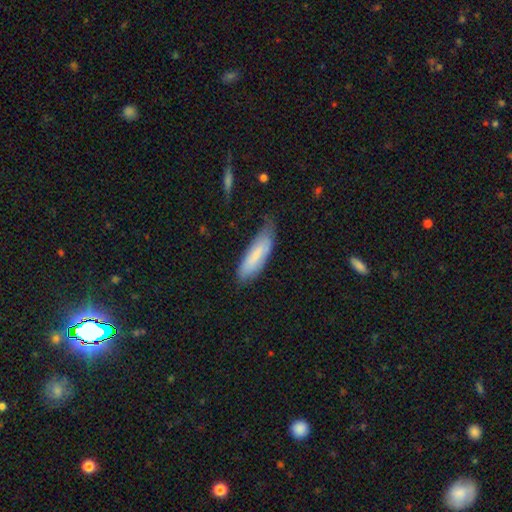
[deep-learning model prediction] Smooth or featured? Predicted: smooth (p=0.73). How rounded? Predicted: cigar-shaped (p=0.50). Merging? Predicted: none (p=0.57).